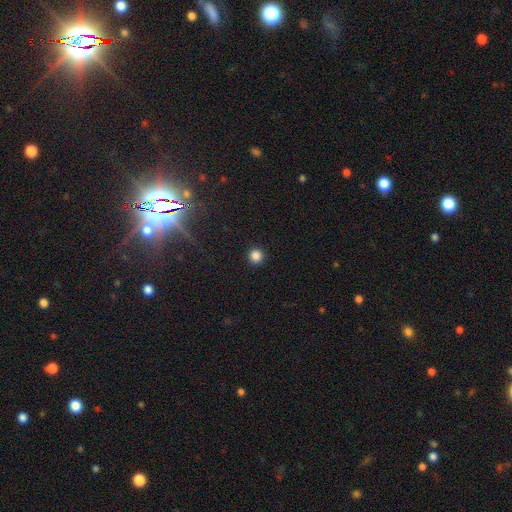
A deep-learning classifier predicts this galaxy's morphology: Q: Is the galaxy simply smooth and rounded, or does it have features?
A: smooth — 84%.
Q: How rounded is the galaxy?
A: round — 95%.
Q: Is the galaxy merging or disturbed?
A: none — 93%.